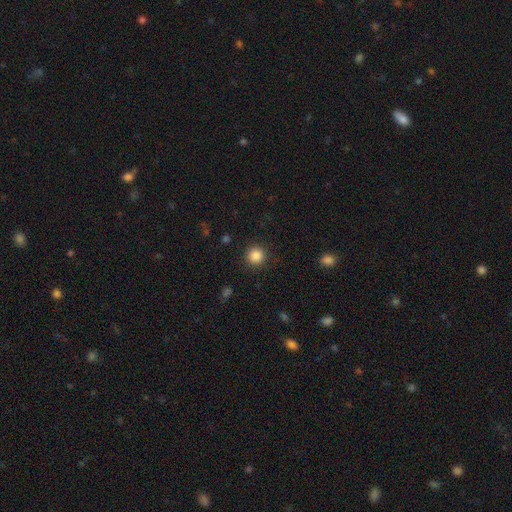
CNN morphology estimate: type=smooth (86%); roundness=round (94%); merging=none (90%).